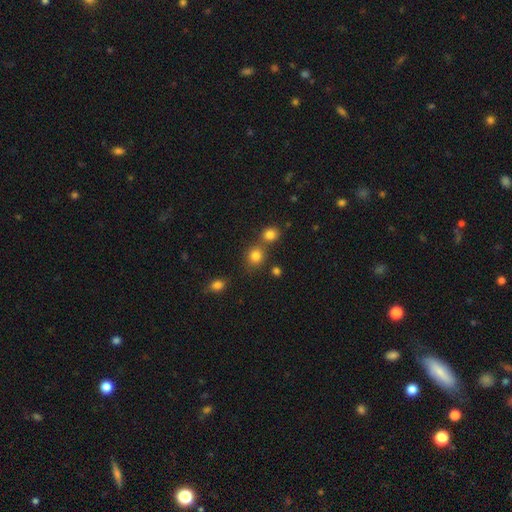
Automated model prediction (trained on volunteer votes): Smooth or featured?
  - smooth: 81% *
  - star or artifact: 13%
  - featured or disk: 6%
How rounded?
  - round: 82% *
  - in between: 17%
  - cigar-shaped: 1%
Merging?
  - none: 64% *
  - merger: 24%
  - minor disturbance: 8%
  - major disturbance: 3%